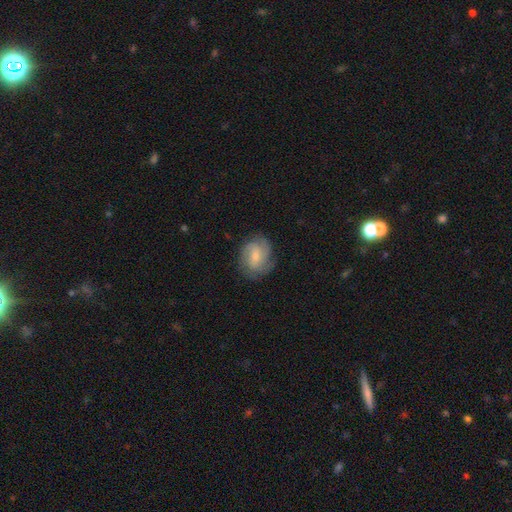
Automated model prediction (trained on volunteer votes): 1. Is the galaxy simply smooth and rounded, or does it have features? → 54% featured or disk, 38% smooth, 7% star or artifact.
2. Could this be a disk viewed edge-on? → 97% no, 3% yes.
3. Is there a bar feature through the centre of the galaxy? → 48% weak, 42% no, 11% strong.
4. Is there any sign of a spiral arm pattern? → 87% yes, 13% no.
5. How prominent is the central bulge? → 52% small, 37% moderate, 7% none, 3% large, 1% dominant.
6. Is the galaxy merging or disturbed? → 73% none, 19% minor disturbance, 7% major disturbance, 1% merger.